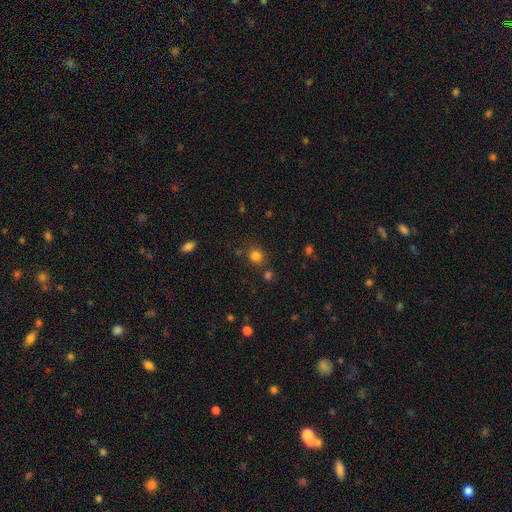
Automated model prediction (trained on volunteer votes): Smooth or featured: smooth — 80% (star or artifact — 15%)
How rounded: round — 78% (in between — 21%)
Merging: none — 76% (minor disturbance — 11%)